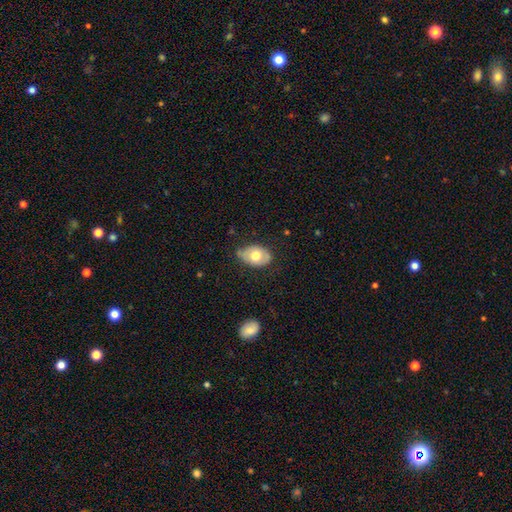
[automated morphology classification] This is possibly a smooth galaxy (60%). How rounded: clearly in between (85%). Merging: likely none (70%).